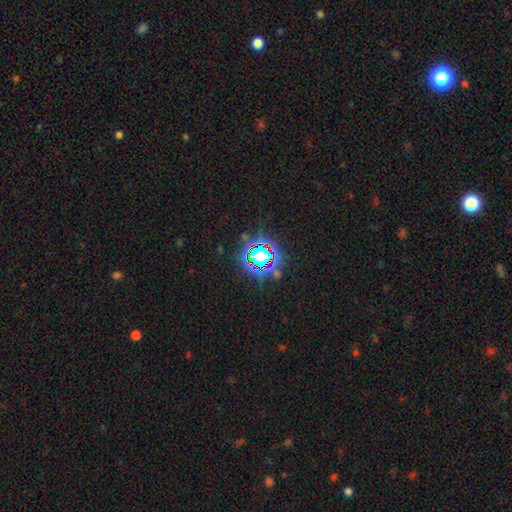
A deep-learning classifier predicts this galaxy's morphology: A star or artifact, not a galaxy (68%).